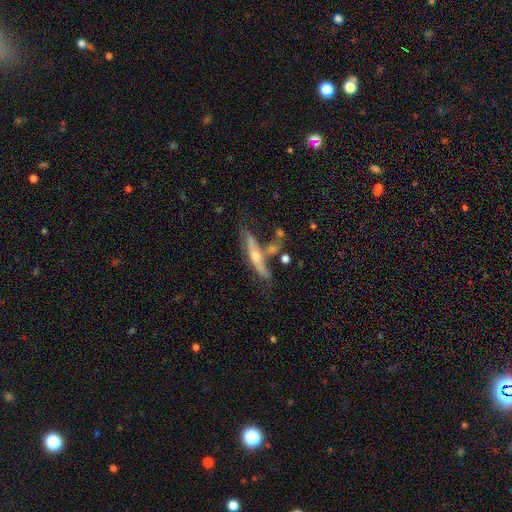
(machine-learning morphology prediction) Smooth or featured: featured or disk — 66% (smooth — 27%)
Edge-on disk: yes — 82% (no — 18%)
Edge-on bulge: rounded — 86% (none — 10%)
Merging: none — 52% (minor disturbance — 21%)